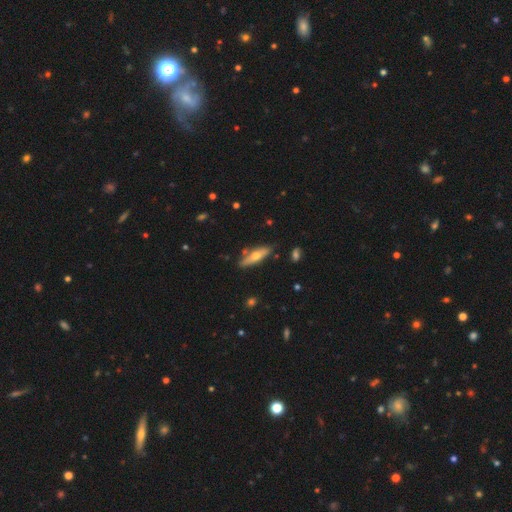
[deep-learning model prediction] Smooth or featured: smooth — 50% (featured or disk — 44%)
Merging: none — 79% (minor disturbance — 14%)